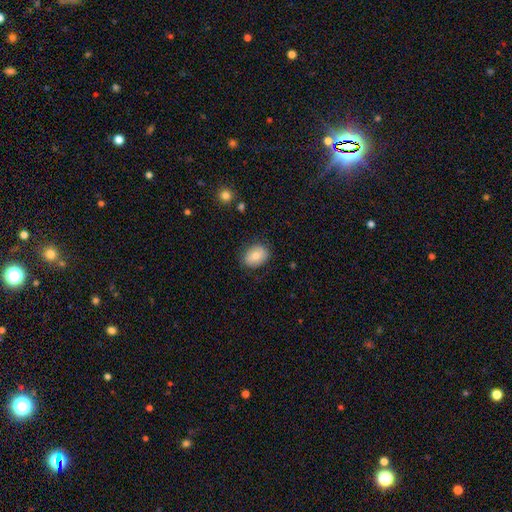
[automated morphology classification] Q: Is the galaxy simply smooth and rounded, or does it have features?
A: smooth — 80%.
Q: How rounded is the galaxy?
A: in between — 68%.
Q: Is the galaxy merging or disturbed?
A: none — 82%.